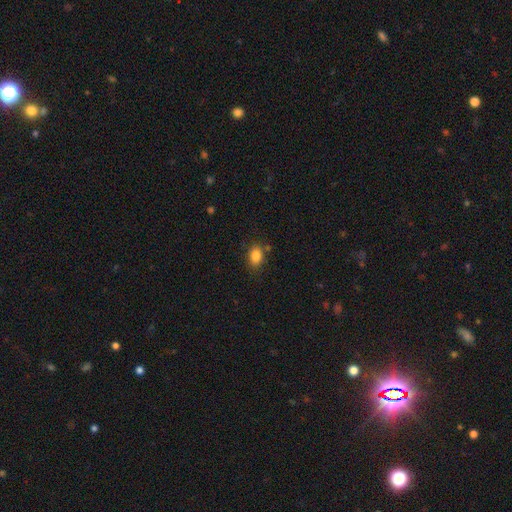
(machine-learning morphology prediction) Q: Smooth or featured?
A: smooth (85%); runner-up: star or artifact (9%)
Q: How rounded?
A: in between (79%); runner-up: round (20%)
Q: Merging?
A: none (78%); runner-up: minor disturbance (14%)